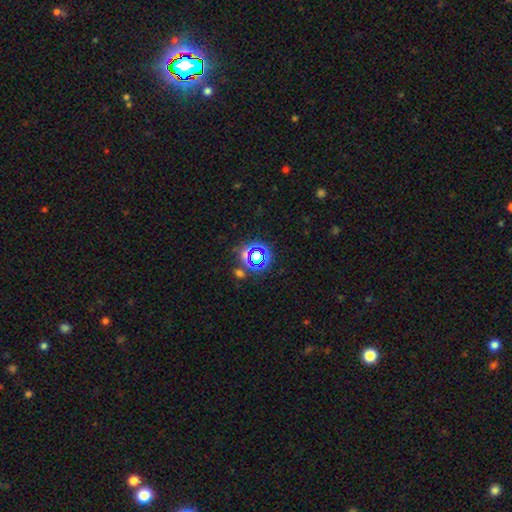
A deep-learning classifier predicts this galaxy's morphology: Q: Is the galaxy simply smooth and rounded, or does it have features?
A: star or artifact — 61%.